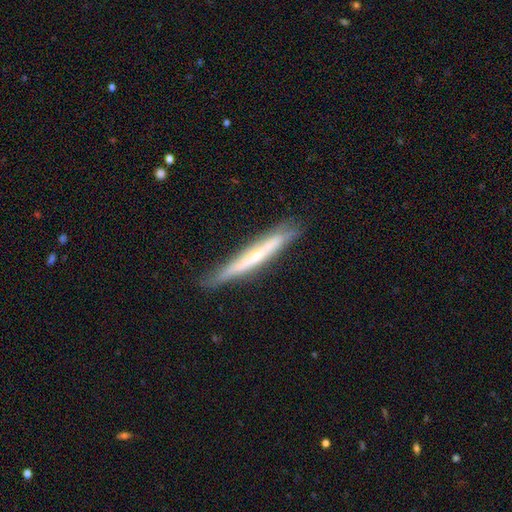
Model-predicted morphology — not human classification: type=featured or disk (60%); edge-on=yes (92%); edge-on bulge=none (50%); merging=none (82%).